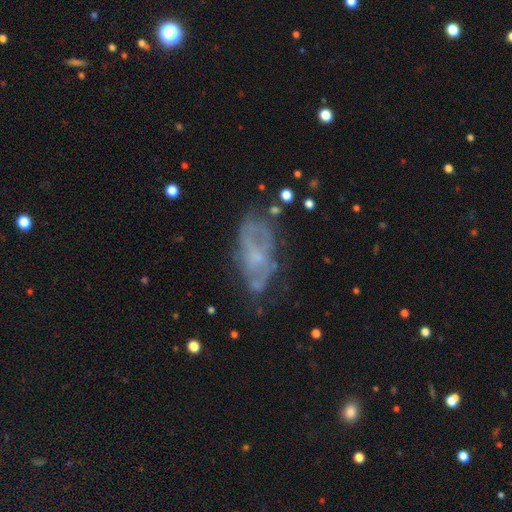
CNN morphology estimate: Overall: featured or disk (60%; smooth 29%). Edge-on disk: no (92%). Bar: no (76%). Spiral arms: no (64%; yes 36%). Bulge size: small (44%; none 34%). Merging: none (49%; minor disturbance 25%).